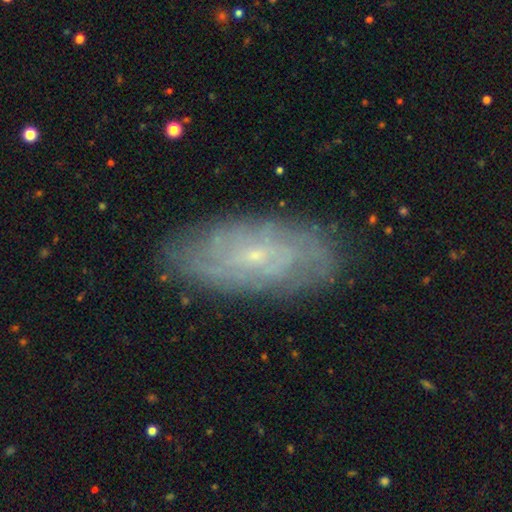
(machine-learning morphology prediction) Smooth or featured?
  - featured or disk: 74% *
  - smooth: 17%
  - star or artifact: 8%
Edge-on disk?
  - no: 91% *
  - yes: 9%
Bar?
  - no: 59% *
  - weak: 34%
  - strong: 7%
Spiral arms?
  - yes: 89% *
  - no: 11%
Spiral winding?
  - tight: 68% *
  - medium: 24%
  - loose: 8%
Spiral arm count?
  - can't tell: 53% *
  - 2: 15%
  - 4: 10%
  - 3: 9%
  - more than 4: 7%
  - 1: 5%
Bulge size?
  - small: 83% *
  - moderate: 12%
  - none: 3%
  - large: 1%
  - dominant: 1%
Merging?
  - none: 84% *
  - minor disturbance: 12%
  - major disturbance: 3%
  - merger: 1%